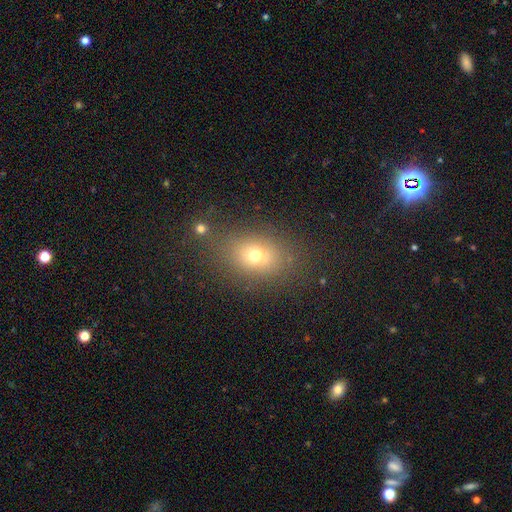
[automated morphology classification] This appears to be a smooth galaxy with no disk features (69%) that is in between round and cigar-shaped (64%). Merging: none (74%).